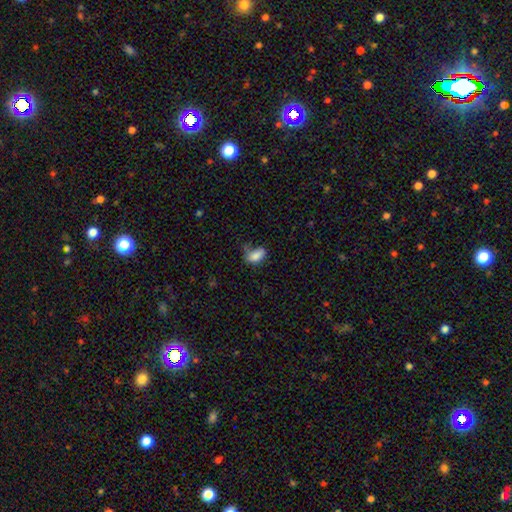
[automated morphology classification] smooth_or_featured: smooth (p=0.84) [alt: star or artifact p=0.09]
how_rounded: in between (p=0.89) [alt: round p=0.07]
merging: none (p=0.54) [alt: minor disturbance p=0.30]